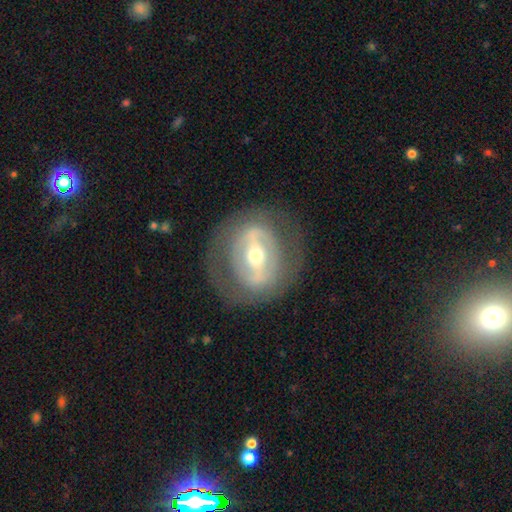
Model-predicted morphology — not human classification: smooth_or_featured: featured or disk (p=0.73) [alt: smooth p=0.20]
disk_edge_on: no (p=0.93) [alt: yes p=0.07]
bar: strong (p=0.52) [alt: weak p=0.29]
has_spiral_arms: no (p=0.65) [alt: yes p=0.35]
bulge_size: moderate (p=0.59) [alt: small p=0.34]
merging: none (p=0.77) [alt: minor disturbance p=0.12]